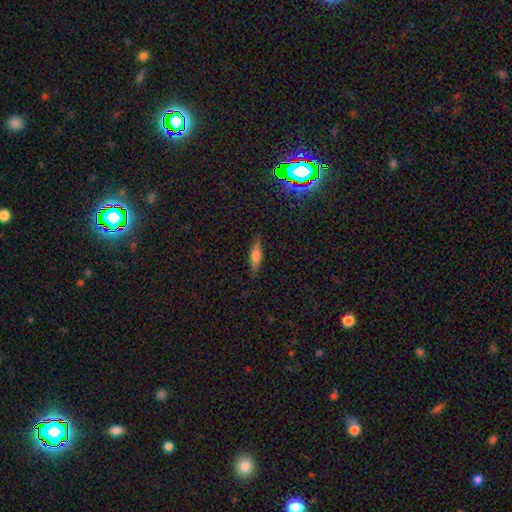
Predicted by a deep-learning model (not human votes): Overall: smooth (55%; featured or disk 36%). How rounded: cigar-shaped (66%; in between 31%). Merging: none (84%).